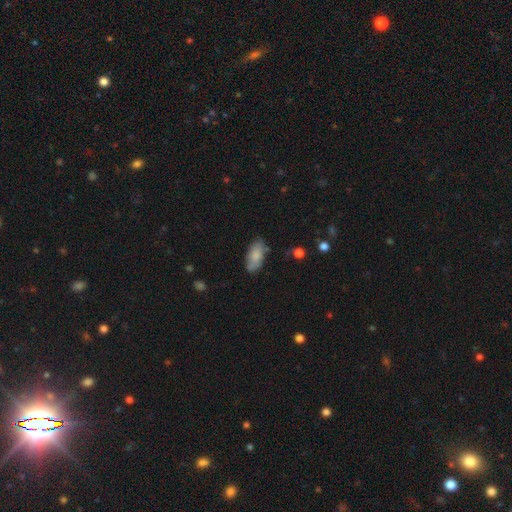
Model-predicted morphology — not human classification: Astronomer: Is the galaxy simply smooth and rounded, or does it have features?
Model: smooth — 78%.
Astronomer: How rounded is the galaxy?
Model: in between — 90%.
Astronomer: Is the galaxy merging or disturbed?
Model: none — 71%.